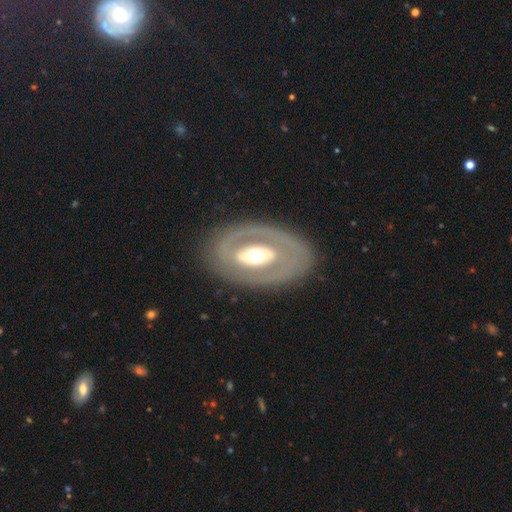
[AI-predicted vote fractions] This is likely a featured or disk galaxy (68%). It is clearly not viewed edge-on (91%). Bar: possibly no (58%). Spiral arm pattern: likely no (80%). Central bulge: likely moderate (62%). Merging: likely none (79%).